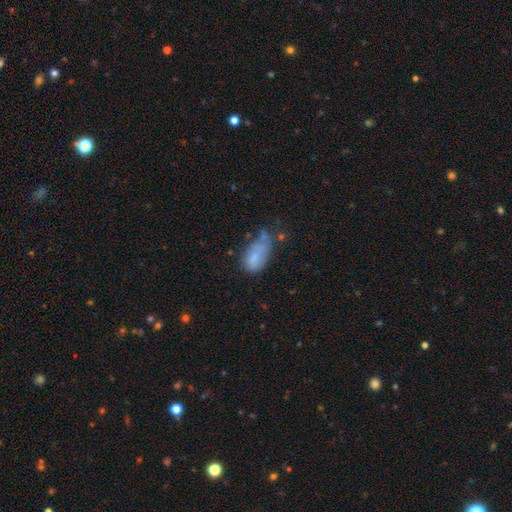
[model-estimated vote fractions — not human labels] This appears to be a smooth galaxy with no disk features (72%) that is in between round and cigar-shaped (91%). Merging: minor disturbance (33%).